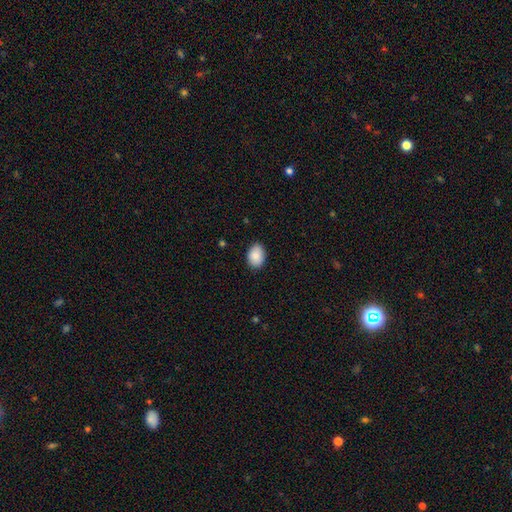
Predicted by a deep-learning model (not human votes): Smooth or featured: smooth — 89% (star or artifact — 7%)
How rounded: in between — 79% (round — 20%)
Merging: none — 86% (minor disturbance — 11%)